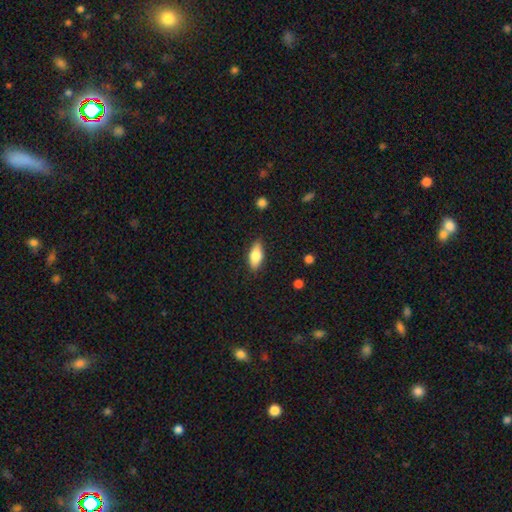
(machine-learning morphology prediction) smooth-or-featured: smooth: 76% | featured or disk: 17% | star or artifact: 7%
  how-rounded: in between: 80% | cigar-shaped: 17% | round: 3%
  merging: none: 85% | minor disturbance: 12% | major disturbance: 2% | merger: 1%